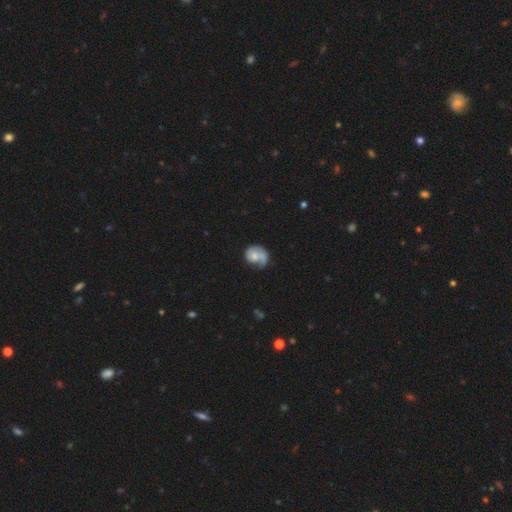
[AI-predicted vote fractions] Smooth or featured? featured or disk (58%)
Edge-on disk? no (98%)
Bar? no (77%)
Spiral arms? yes (81%)
Bulge size? small (45%)
Merging? none (44%)